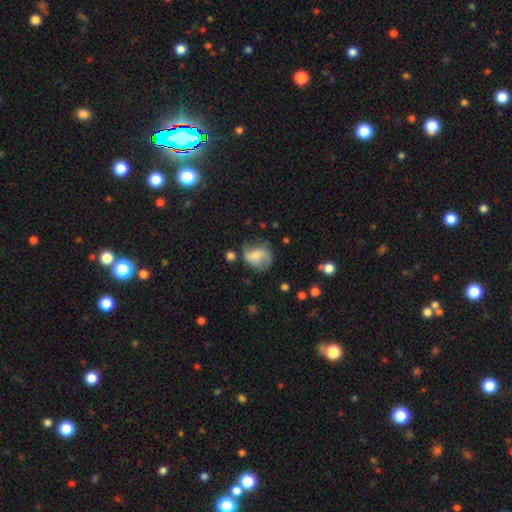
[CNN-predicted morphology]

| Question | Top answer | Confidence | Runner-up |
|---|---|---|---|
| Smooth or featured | smooth | 51% | featured or disk (40%) |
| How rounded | round | 53% | in between (46%) |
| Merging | none | 46% | minor disturbance (29%) |